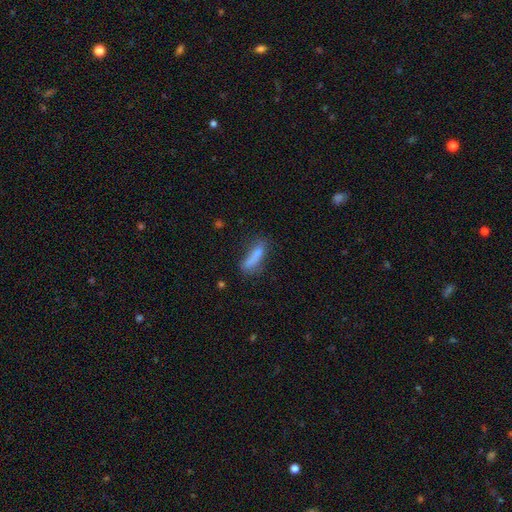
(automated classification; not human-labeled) smooth-or-featured: smooth: 68% | featured or disk: 20% | star or artifact: 11%
  how-rounded: cigar-shaped: 71% | in between: 26% | round: 3%
  merging: none: 60% | minor disturbance: 24% | major disturbance: 10% | merger: 6%